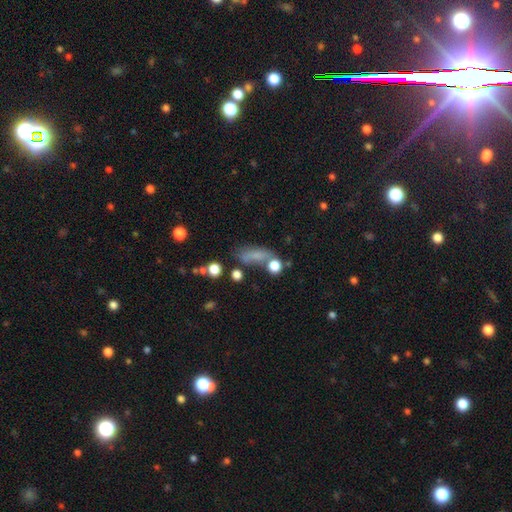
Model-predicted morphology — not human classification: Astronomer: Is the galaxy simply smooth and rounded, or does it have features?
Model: smooth — 66%.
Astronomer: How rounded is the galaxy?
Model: in between — 56% (runner-up: cigar-shaped, 32%).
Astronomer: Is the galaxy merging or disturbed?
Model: none — 46% (runner-up: minor disturbance, 22%).